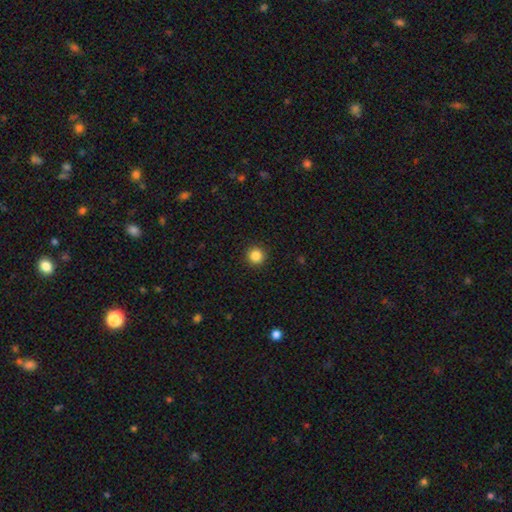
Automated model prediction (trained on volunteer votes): Smooth or featured? Predicted: smooth (p=0.85). How rounded? Predicted: round (p=0.96). Merging? Predicted: none (p=0.93).